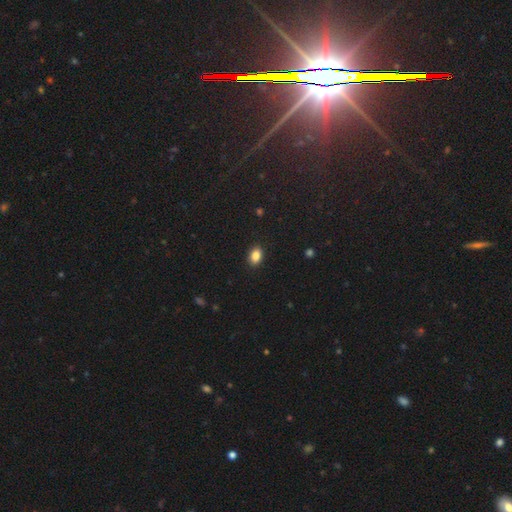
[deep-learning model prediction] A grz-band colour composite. It shows a smooth galaxy with no disk features (86%) that is in between round and cigar-shaped (81%). Merging: none (89%).